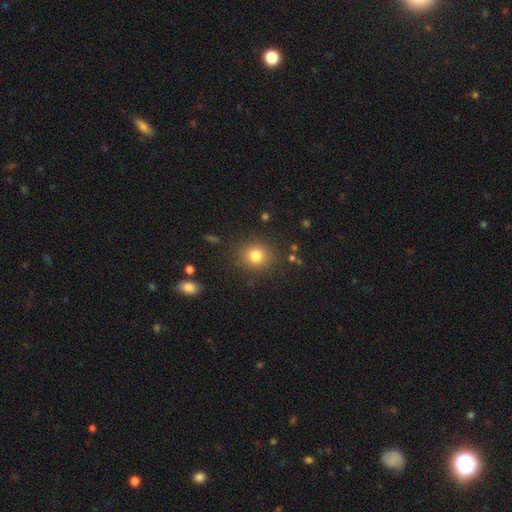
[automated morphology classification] Smooth or featured: smooth — 80% (star or artifact — 13%)
How rounded: round — 83% (in between — 16%)
Merging: none — 87% (minor disturbance — 8%)